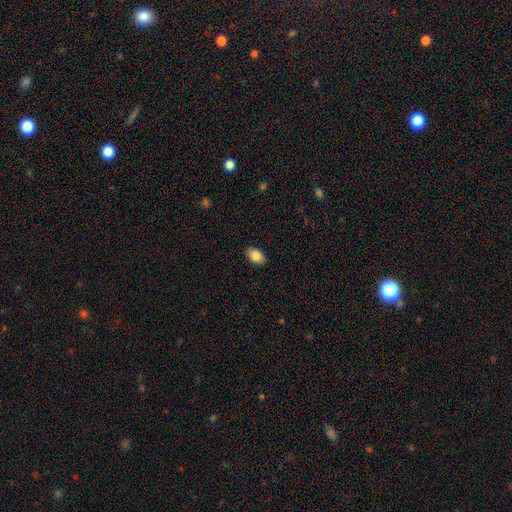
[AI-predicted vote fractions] The model was most divided on "smooth or featured": smooth: 85%, featured or disk: 7%, star or artifact: 7%. More confident: how rounded — in between (92%); merging — none (89%).